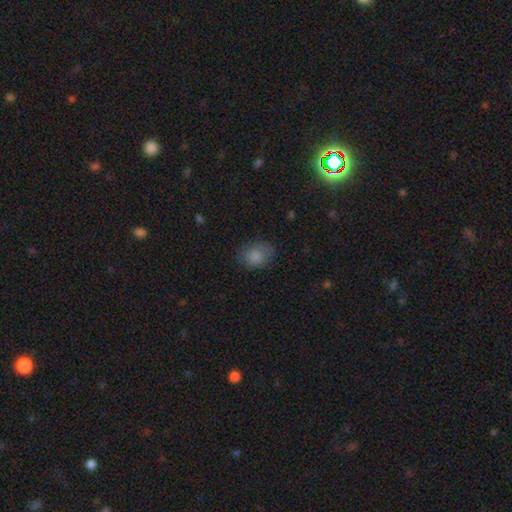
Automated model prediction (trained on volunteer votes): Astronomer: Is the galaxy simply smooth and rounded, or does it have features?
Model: smooth — 84%.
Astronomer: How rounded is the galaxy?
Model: in between — 56% (runner-up: round, 43%).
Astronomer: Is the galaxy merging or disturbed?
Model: none — 75%.